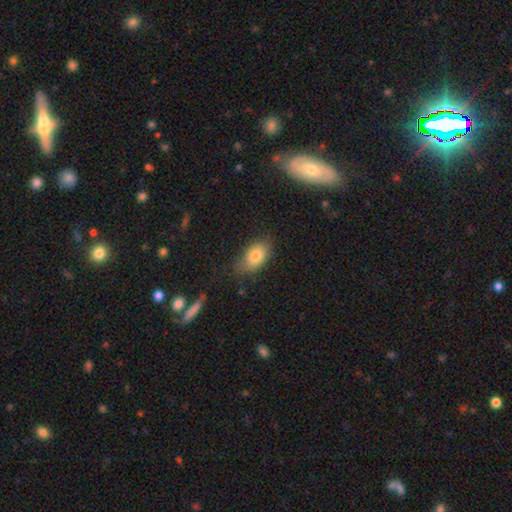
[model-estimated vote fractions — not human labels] smooth-or-featured: smooth: 81% | featured or disk: 11% | star or artifact: 8%
  how-rounded: in between: 90% | round: 8% | cigar-shaped: 2%
  merging: none: 67% | minor disturbance: 24% | major disturbance: 6% | merger: 2%